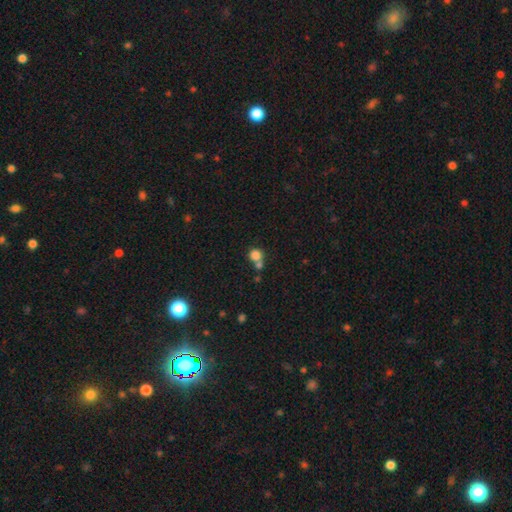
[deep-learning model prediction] Smooth or featured? Predicted: smooth (p=0.81). How rounded? Predicted: round (p=0.87). Merging? Predicted: none (p=0.48).